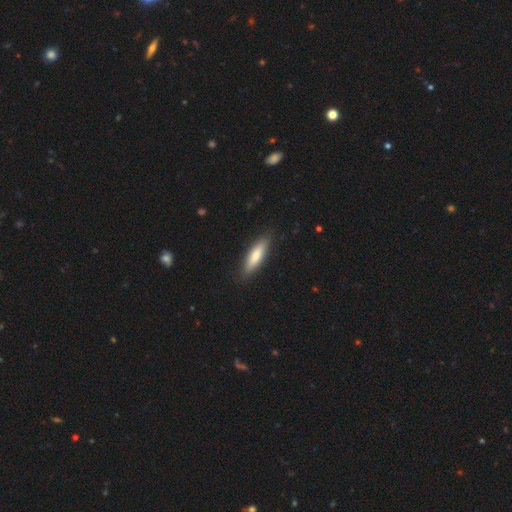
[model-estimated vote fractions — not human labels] A smooth galaxy with no disk features (78%) that is cigar-shaped (62%). Merging: none (87%).